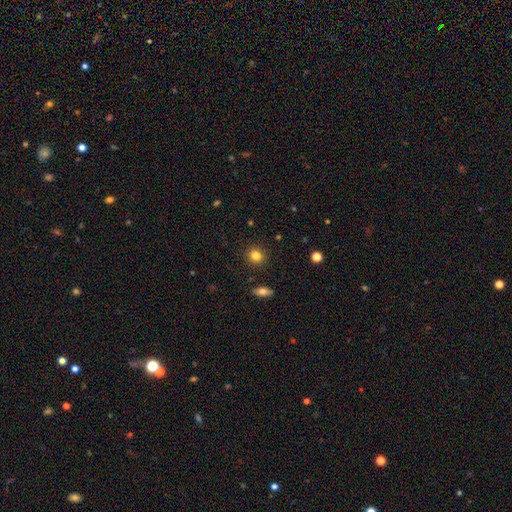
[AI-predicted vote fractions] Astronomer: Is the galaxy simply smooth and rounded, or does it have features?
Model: smooth — 83%.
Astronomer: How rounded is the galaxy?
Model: round — 83%.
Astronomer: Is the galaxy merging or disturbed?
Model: none — 90%.